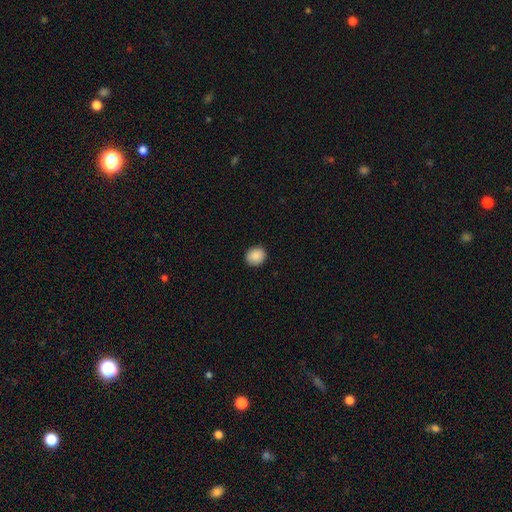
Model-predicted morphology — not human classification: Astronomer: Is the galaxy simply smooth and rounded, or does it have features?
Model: smooth — 89%.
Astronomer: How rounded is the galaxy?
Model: round — 77%.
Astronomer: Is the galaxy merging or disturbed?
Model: none — 90%.